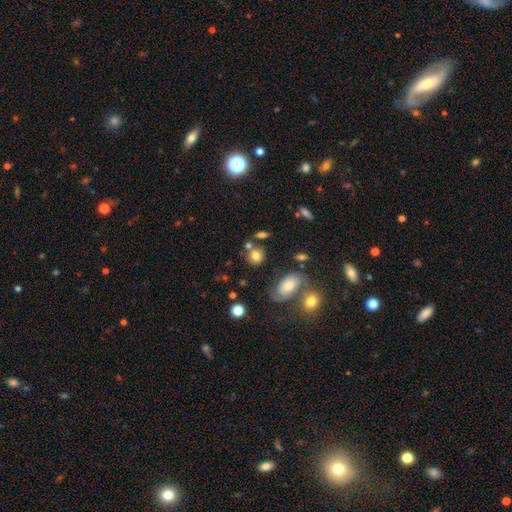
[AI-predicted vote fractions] This appears to be a smooth galaxy with no disk features (76%) that is round (73%). Merging: none (62%).